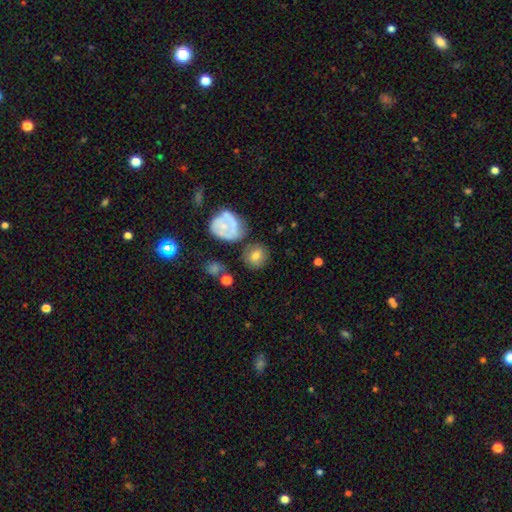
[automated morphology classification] smooth_or_featured: smooth (p=0.74) [alt: featured or disk p=0.16]
how_rounded: round (p=0.81) [alt: in between p=0.18]
merging: none (p=0.73) [alt: minor disturbance p=0.14]